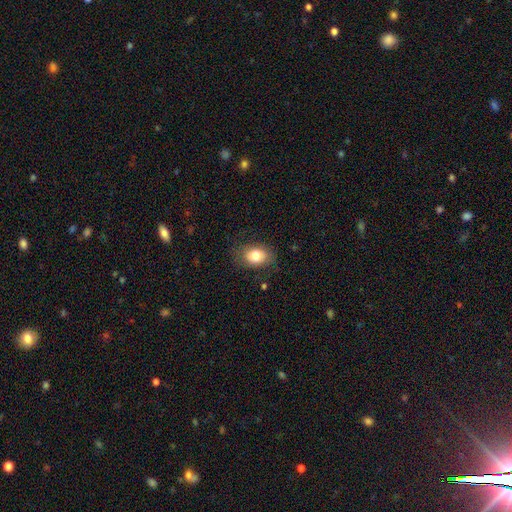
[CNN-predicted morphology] Q: Smooth or featured?
A: smooth (78%); runner-up: featured or disk (13%)
Q: How rounded?
A: in between (72%); runner-up: round (27%)
Q: Merging?
A: none (77%); runner-up: minor disturbance (17%)